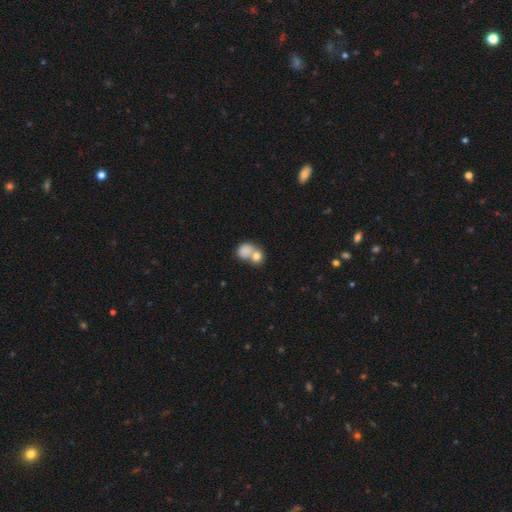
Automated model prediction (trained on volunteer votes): smooth-or-featured: smooth: 62% | star or artifact: 20% | featured or disk: 18%
  how-rounded: round: 57% | in between: 40% | cigar-shaped: 3%
  merging: merger: 48% | none: 38% | minor disturbance: 8% | major disturbance: 5%